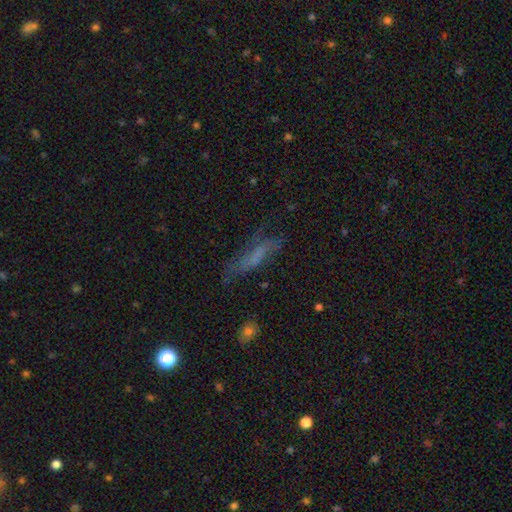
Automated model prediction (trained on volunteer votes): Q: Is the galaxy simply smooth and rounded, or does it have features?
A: smooth — 44%.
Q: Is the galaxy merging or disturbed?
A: none — 57%.